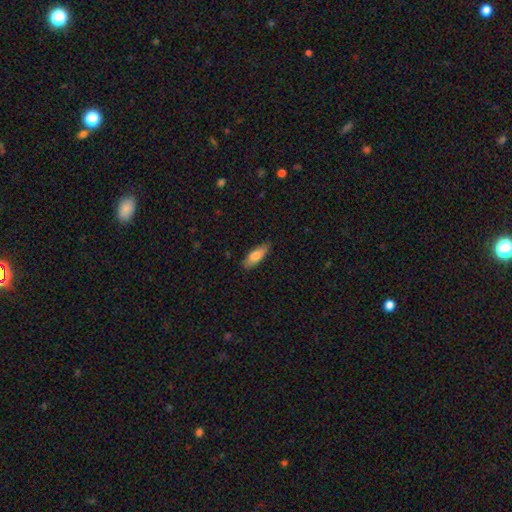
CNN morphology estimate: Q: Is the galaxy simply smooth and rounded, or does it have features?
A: smooth — 82%.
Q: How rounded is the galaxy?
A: in between — 65%.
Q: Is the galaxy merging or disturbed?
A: none — 82%.